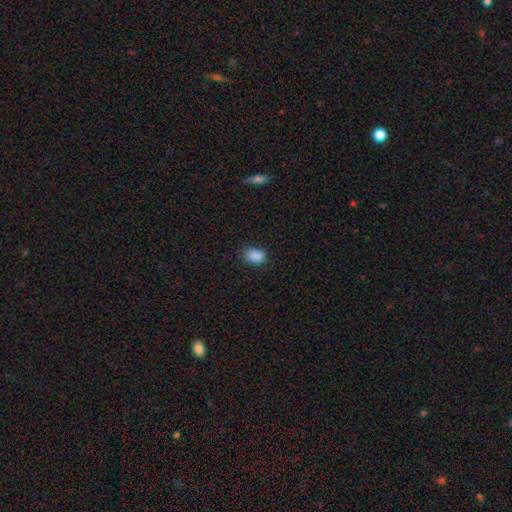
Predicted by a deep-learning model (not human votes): The model was most divided on "how rounded": in between: 71%, round: 28%, cigar-shaped: 1%. More confident: smooth or featured — smooth (87%); merging — none (72%).